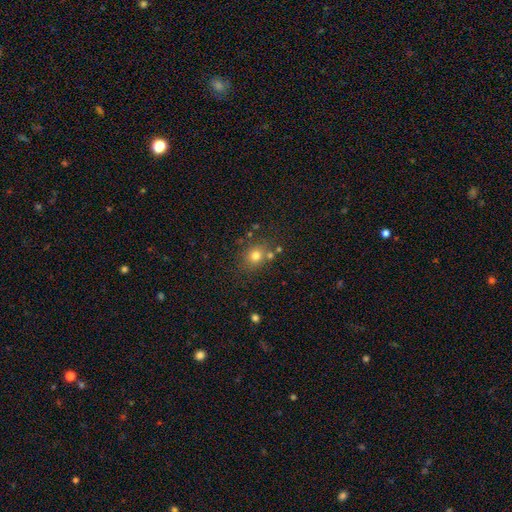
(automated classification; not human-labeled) smooth 75%, star or artifact 15%, featured or disk 10%. Down the decision tree: how rounded — round (72%); merging — none (73%).